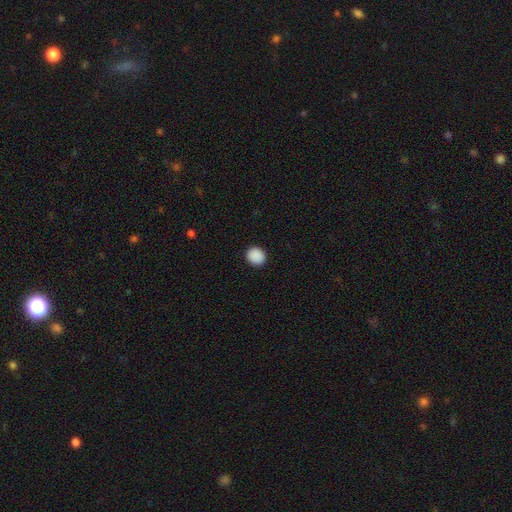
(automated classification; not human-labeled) smooth-or-featured: smooth: 90% | star or artifact: 8% | featured or disk: 2%
  how-rounded: round: 73% | in between: 26% | cigar-shaped: 1%
  merging: none: 91% | minor disturbance: 6% | major disturbance: 2% | merger: 1%